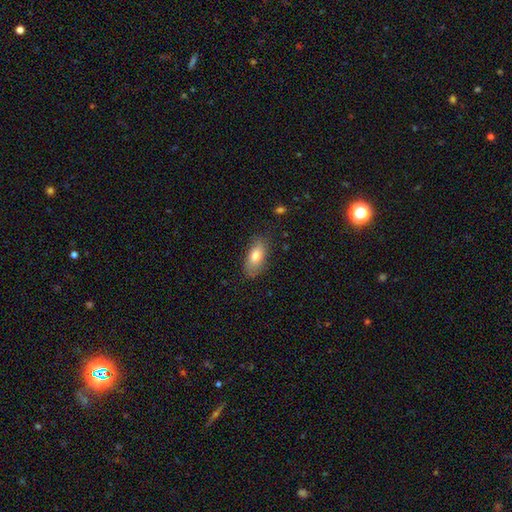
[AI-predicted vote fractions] Morphology: type=smooth (79%); roundness=in between (86%); merging=none (81%).